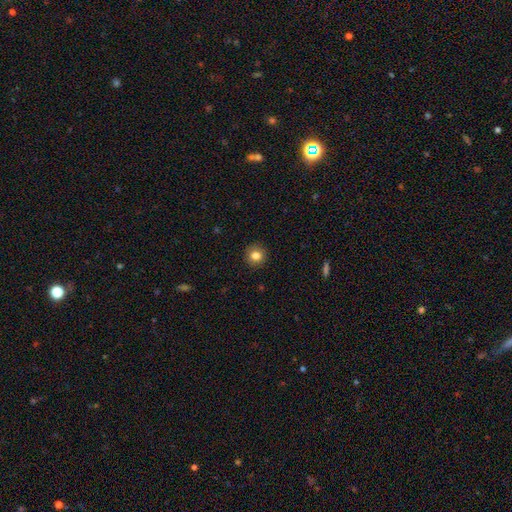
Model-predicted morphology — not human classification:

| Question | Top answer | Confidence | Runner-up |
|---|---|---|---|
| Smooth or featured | smooth | 83% | star or artifact (11%) |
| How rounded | round | 93% | in between (6%) |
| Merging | none | 91% | minor disturbance (6%) |